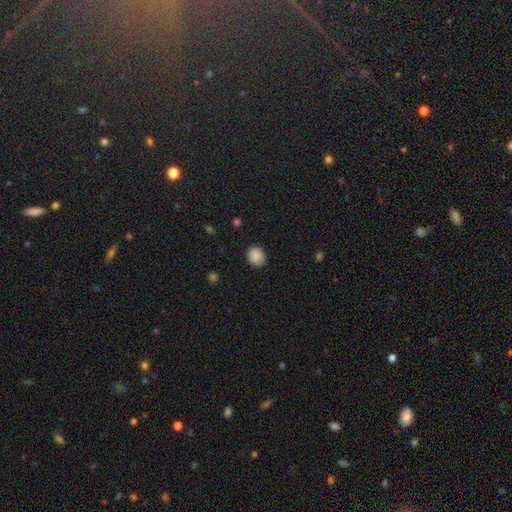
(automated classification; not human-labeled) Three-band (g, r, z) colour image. It shows a smooth galaxy with no disk features (88%) that is round (79%). Merging: none (89%).